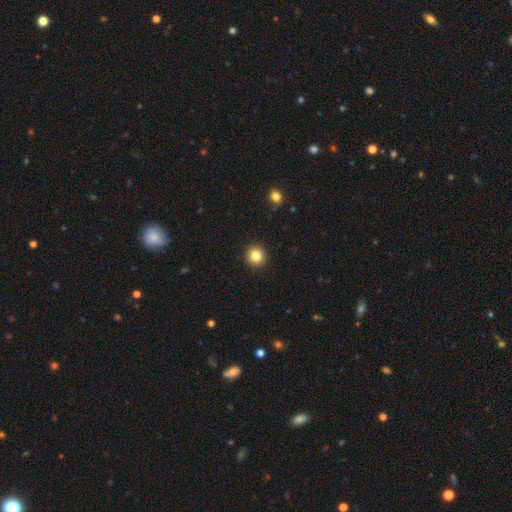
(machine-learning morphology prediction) Smooth or featured: smooth — 83% (star or artifact — 11%)
How rounded: round — 89% (in between — 10%)
Merging: none — 93% (minor disturbance — 5%)